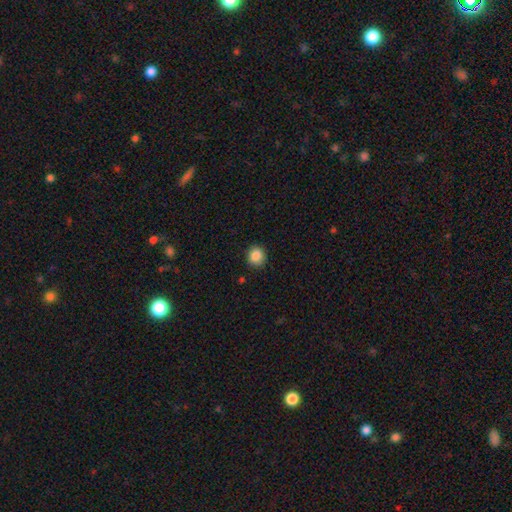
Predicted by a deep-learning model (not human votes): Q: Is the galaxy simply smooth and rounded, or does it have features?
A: smooth — 87%.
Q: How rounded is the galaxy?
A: round — 80%.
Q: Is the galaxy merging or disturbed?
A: none — 88%.